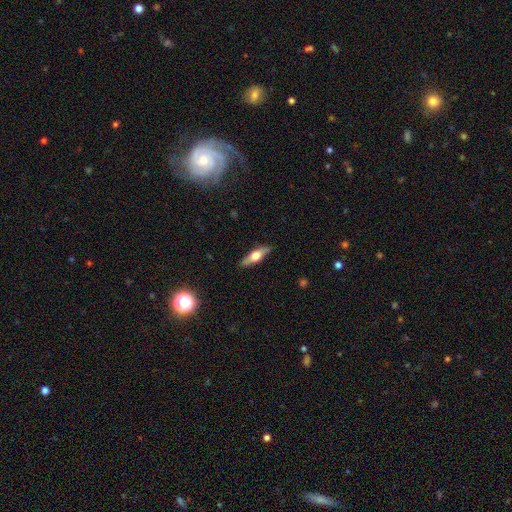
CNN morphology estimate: This is possibly a smooth galaxy (47%, tied with featured or disk). Merging: clearly none (88%).